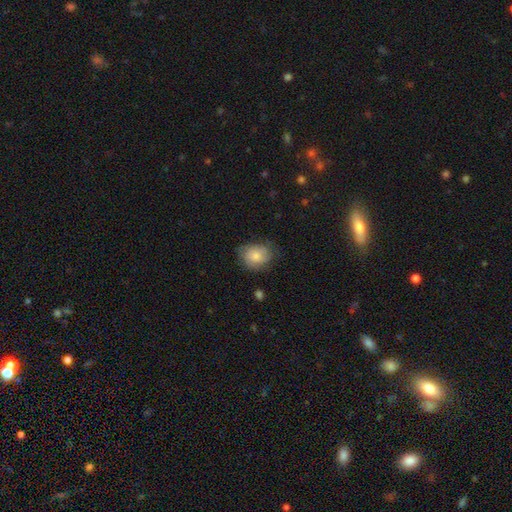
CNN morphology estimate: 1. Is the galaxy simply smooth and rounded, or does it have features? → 77% smooth, 16% featured or disk, 7% star or artifact.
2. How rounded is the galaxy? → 53% round, 46% in between, 1% cigar-shaped.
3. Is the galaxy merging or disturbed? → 65% none, 26% minor disturbance, 7% major disturbance, 1% merger.